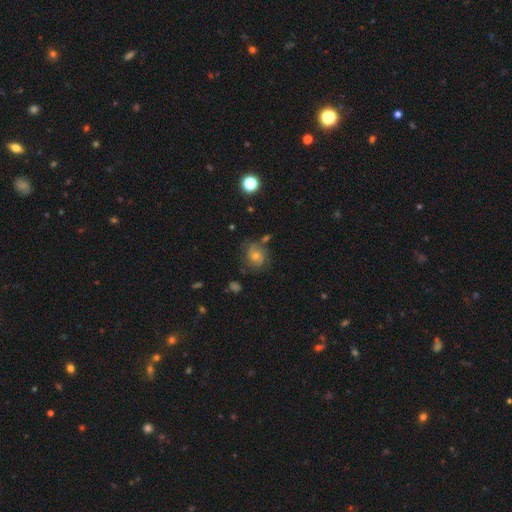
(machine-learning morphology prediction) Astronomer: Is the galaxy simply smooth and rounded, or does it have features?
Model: featured or disk — 65%.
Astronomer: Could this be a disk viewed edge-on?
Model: no — 98%.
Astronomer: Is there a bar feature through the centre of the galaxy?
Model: no — 74%.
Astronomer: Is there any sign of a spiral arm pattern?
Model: yes — 89%.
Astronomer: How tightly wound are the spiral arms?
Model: tight — 44% (runner-up: medium, 42%).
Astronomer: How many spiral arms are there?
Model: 2 — 54%.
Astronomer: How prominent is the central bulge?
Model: moderate — 50% (runner-up: small, 43%).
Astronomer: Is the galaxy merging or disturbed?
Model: none — 62%.